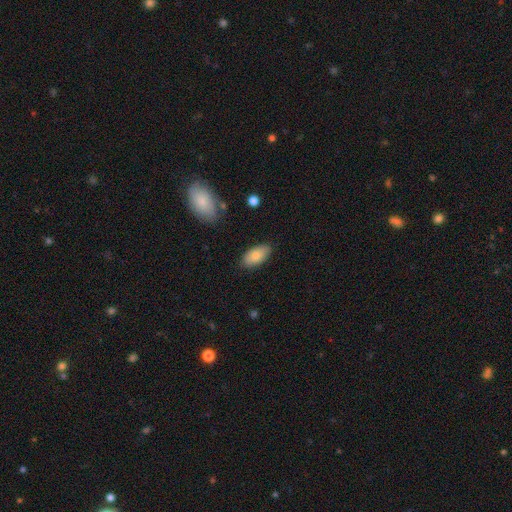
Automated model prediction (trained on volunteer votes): Smooth or featured? Predicted: smooth (p=0.81). How rounded? Predicted: in between (p=0.94). Merging? Predicted: none (p=0.82).